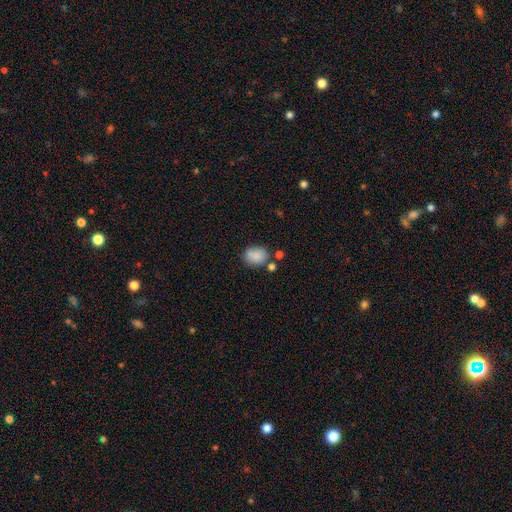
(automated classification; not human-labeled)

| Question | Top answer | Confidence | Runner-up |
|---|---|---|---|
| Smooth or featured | smooth | 84% | star or artifact (9%) |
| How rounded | in between | 62% | round (37%) |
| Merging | none | 63% | minor disturbance (17%) |